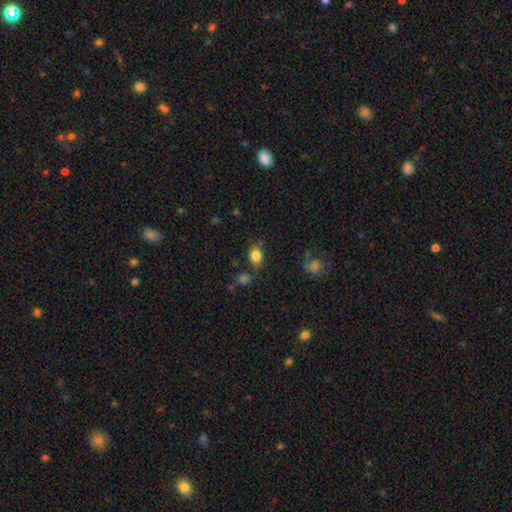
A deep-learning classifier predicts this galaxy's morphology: smooth-or-featured: smooth: 83% | star or artifact: 10% | featured or disk: 7%
  how-rounded: in between: 75% | round: 24% | cigar-shaped: 1%
  merging: none: 74% | minor disturbance: 16% | merger: 5% | major disturbance: 4%